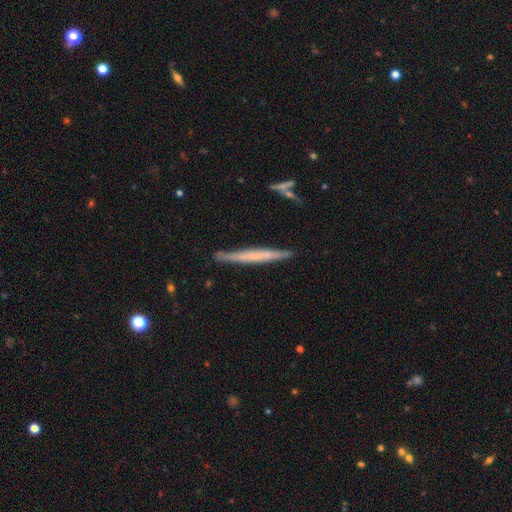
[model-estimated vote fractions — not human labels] Morphology: type=featured or disk (52%); edge-on=yes (95%); merging=none (87%).